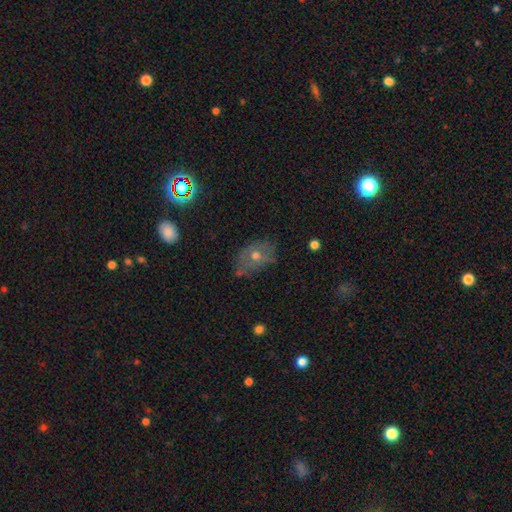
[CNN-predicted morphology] Smooth or featured? Predicted: smooth (p=0.48). Merging? Predicted: none (p=0.62).